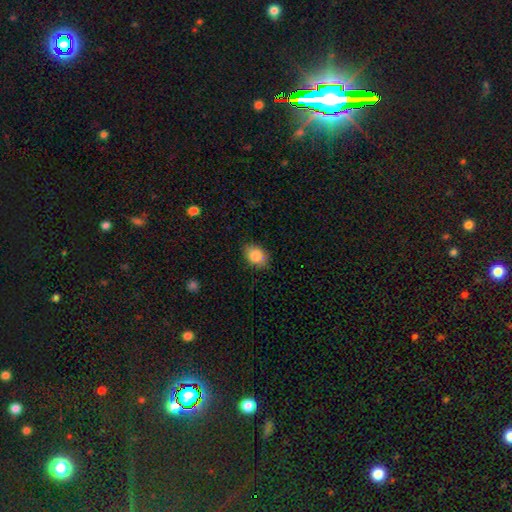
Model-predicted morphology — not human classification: smooth 86%, star or artifact 8%, featured or disk 7%. Down the decision tree: how rounded — in between (76%); merging — none (81%).